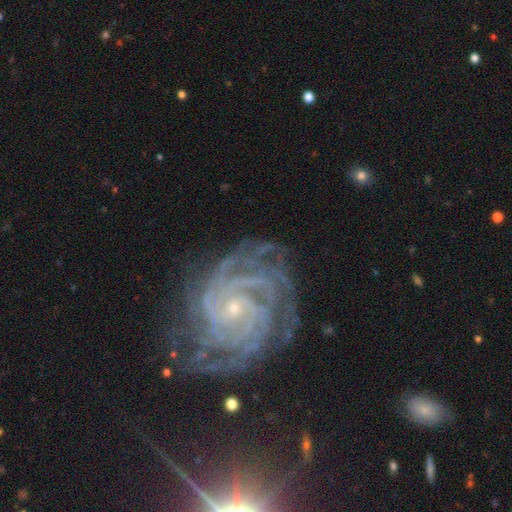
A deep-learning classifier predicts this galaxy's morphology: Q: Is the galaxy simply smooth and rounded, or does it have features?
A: featured or disk — 91%.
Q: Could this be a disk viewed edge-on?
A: no — 98%.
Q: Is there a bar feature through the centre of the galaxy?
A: no — 63%.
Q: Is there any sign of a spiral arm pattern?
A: yes — 99%.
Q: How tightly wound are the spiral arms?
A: tight — 79%.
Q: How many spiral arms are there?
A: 4 — 26%.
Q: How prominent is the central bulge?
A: small — 83%.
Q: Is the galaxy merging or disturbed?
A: none — 72%.